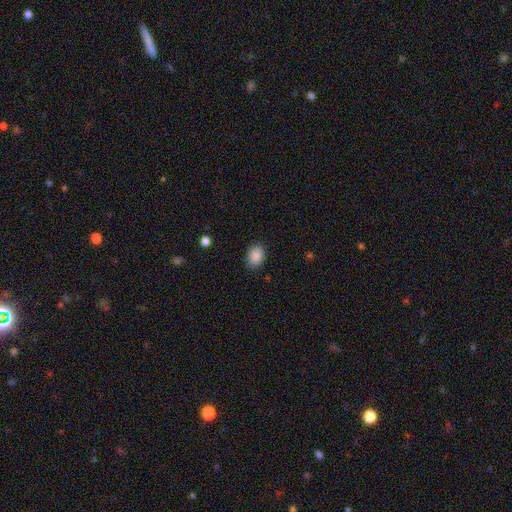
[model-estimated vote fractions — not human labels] smooth 89%, star or artifact 8%, featured or disk 4%. Down the decision tree: how rounded — in between (76%); merging — none (84%).